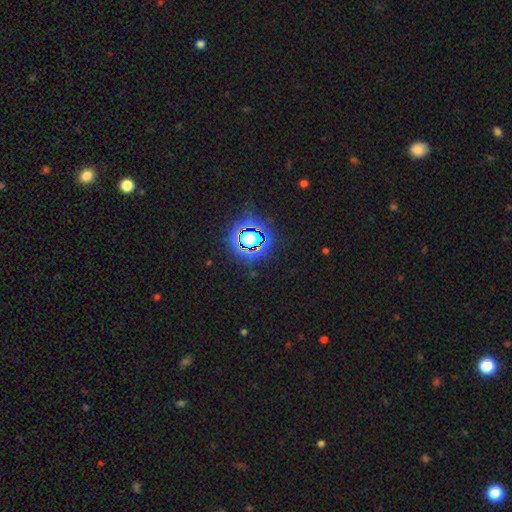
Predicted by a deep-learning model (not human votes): star or artifact 80%, smooth 13%, featured or disk 6%.